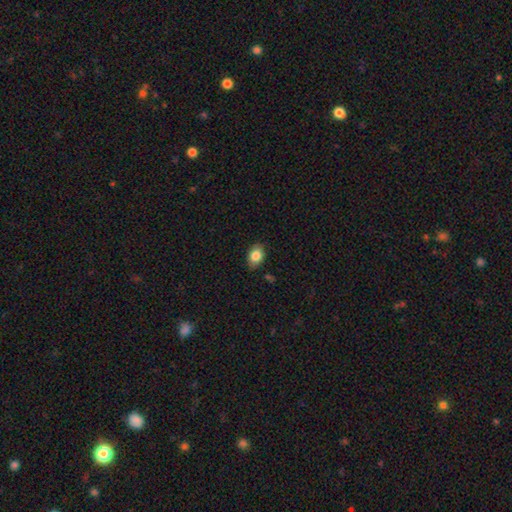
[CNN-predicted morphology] Smooth or featured? Predicted: smooth (p=0.84). How rounded? Predicted: in between (p=0.79). Merging? Predicted: none (p=0.86).